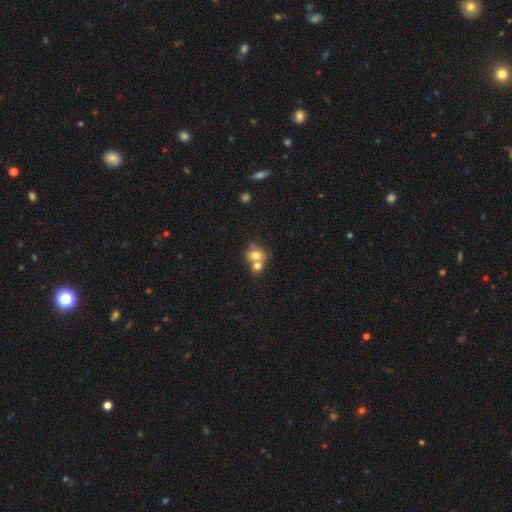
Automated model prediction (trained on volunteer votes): Overall: smooth (71%). How rounded: round (52%; in between 47%). Merging: merger (62%; none 26%).